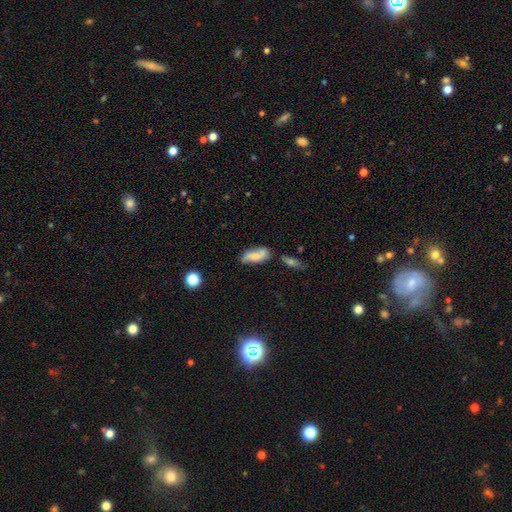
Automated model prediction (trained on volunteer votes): Smooth or featured: smooth — 62% (featured or disk — 30%)
How rounded: in between — 79% (cigar-shaped — 17%)
Merging: none — 54% (merger — 21%)